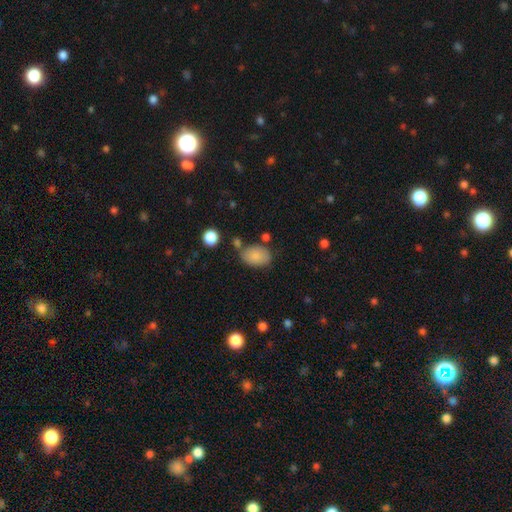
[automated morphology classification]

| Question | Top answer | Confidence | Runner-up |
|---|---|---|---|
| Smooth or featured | smooth | 84% | featured or disk (8%) |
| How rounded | in between | 86% | round (13%) |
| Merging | none | 70% | minor disturbance (17%) |